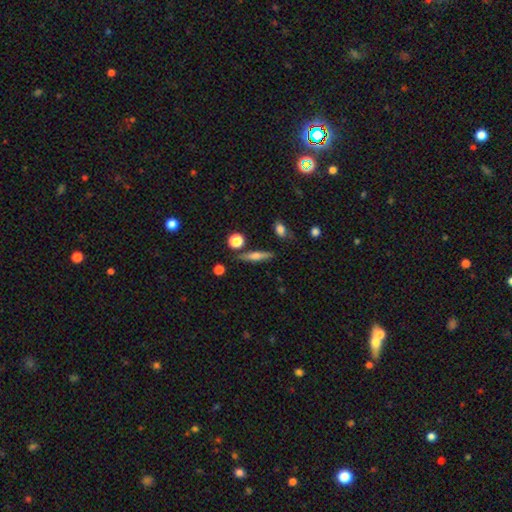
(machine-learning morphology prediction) Q: Smooth or featured?
A: smooth (53%); runner-up: featured or disk (39%)
Q: How rounded?
A: cigar-shaped (78%); runner-up: in between (16%)
Q: Merging?
A: none (81%); runner-up: minor disturbance (11%)